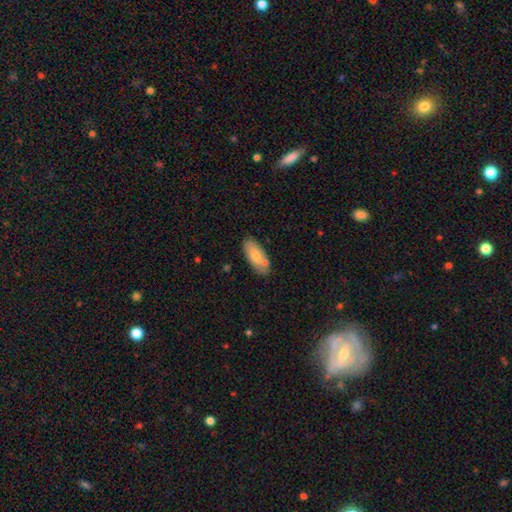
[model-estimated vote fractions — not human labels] smooth_or_featured: smooth (p=0.73) [alt: featured or disk p=0.21]
how_rounded: in between (p=0.87) [alt: cigar-shaped p=0.11]
merging: none (p=0.72) [alt: minor disturbance p=0.17]